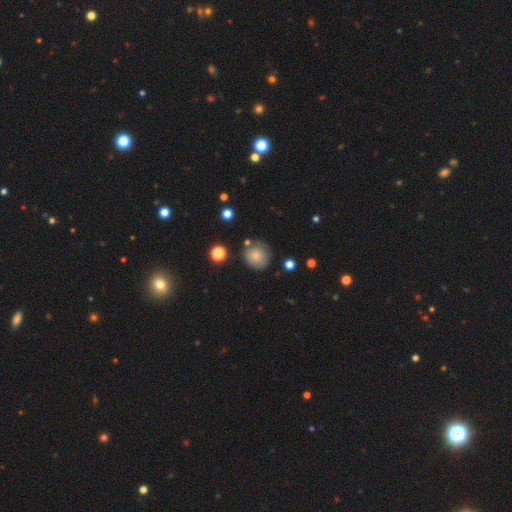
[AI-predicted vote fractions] A smooth galaxy with no disk features (76%) that is round (88%).

Vote fractions:
- Smooth or featured? smooth: 76% / featured or disk: 14% / star or artifact: 10%
- How rounded? round: 88% / in between: 11% / cigar-shaped: 1%
- Merging? none: 71% / minor disturbance: 18% / merger: 6% / major disturbance: 5%